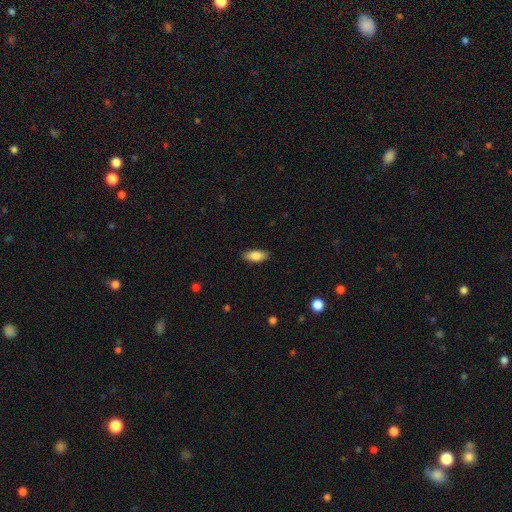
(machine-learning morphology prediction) Q: Smooth or featured?
A: smooth (86%); runner-up: featured or disk (8%)
Q: How rounded?
A: in between (84%); runner-up: cigar-shaped (13%)
Q: Merging?
A: none (89%); runner-up: minor disturbance (8%)